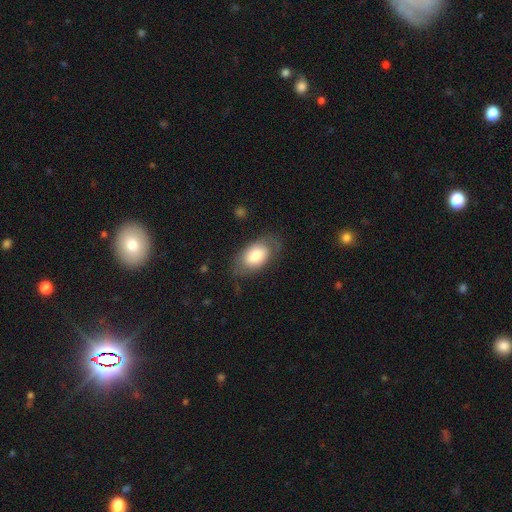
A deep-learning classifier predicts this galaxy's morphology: Overall: smooth (73%). How rounded: in between (91%). Merging: none (67%).